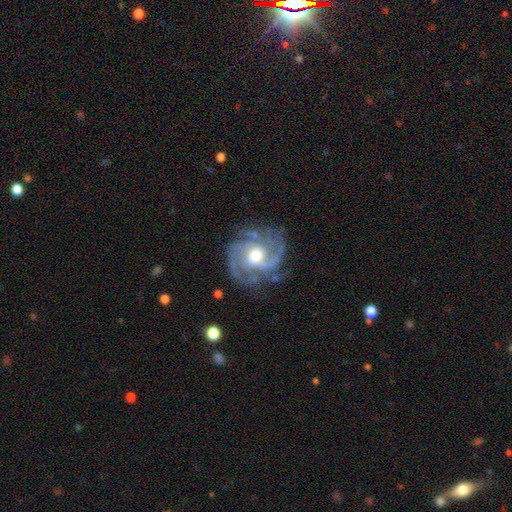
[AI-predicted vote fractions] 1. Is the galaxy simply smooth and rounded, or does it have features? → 89% featured or disk, 6% smooth, 5% star or artifact.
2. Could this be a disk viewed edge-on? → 98% no, 2% yes.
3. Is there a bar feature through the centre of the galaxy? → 61% no, 31% weak, 7% strong.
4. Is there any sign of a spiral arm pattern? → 97% yes, 3% no.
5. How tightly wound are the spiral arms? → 47% medium, 41% tight, 12% loose.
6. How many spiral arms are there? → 34% 3, 30% 2, 15% can't tell, 10% 4, 6% more than 4, 6% 1.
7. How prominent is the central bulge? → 66% moderate, 25% large, 7% small, 1% dominant, 1% none.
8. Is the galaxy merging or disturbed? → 73% none, 16% minor disturbance, 8% major disturbance, 2% merger.